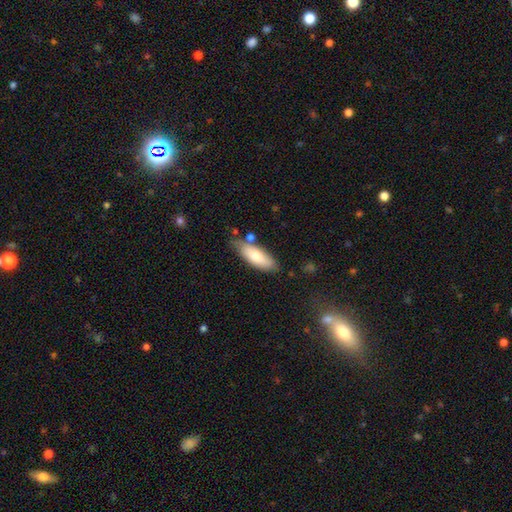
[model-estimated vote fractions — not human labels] smooth_or_featured: smooth (p=0.75) [alt: featured or disk p=0.19]
how_rounded: in between (p=0.69) [alt: cigar-shaped p=0.30]
merging: none (p=0.71) [alt: minor disturbance p=0.19]